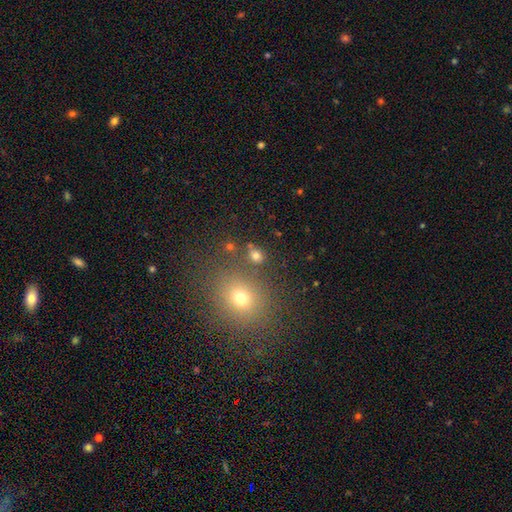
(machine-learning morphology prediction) The model was most divided on "how rounded": round: 59%, in between: 39%, cigar-shaped: 2%. More confident: merging — none (74%); smooth or featured — smooth (70%).